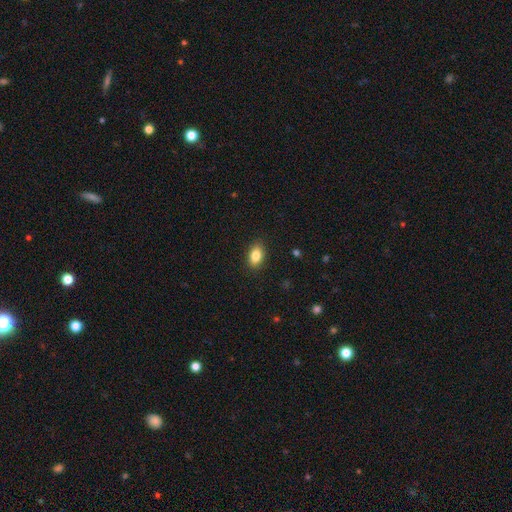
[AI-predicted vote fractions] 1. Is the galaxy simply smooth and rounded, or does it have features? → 84% smooth, 8% star or artifact, 8% featured or disk.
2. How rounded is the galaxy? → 88% in between, 10% round, 2% cigar-shaped.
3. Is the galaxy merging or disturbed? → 88% none, 9% minor disturbance, 2% major disturbance, 1% merger.